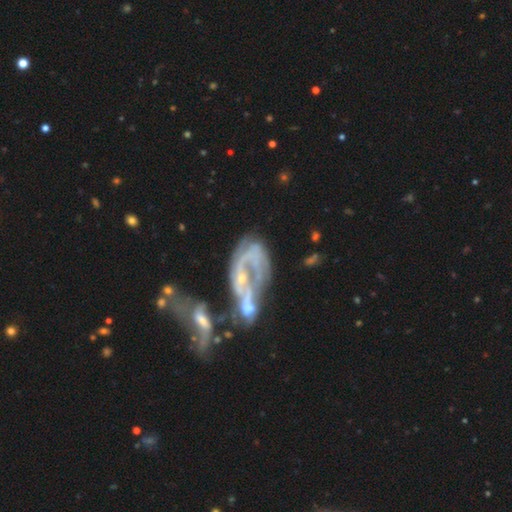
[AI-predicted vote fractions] Smooth or featured?
  - featured or disk: 75% *
  - smooth: 16%
  - star or artifact: 9%
Edge-on disk?
  - no: 97% *
  - yes: 3%
Bar?
  - no: 68% *
  - weak: 22%
  - strong: 9%
Spiral arms?
  - yes: 61% *
  - no: 39%
Bulge size?
  - small: 49% *
  - moderate: 24%
  - none: 22%
  - large: 3%
  - dominant: 2%
Merging?
  - merger: 52% *
  - major disturbance: 24%
  - none: 13%
  - minor disturbance: 10%